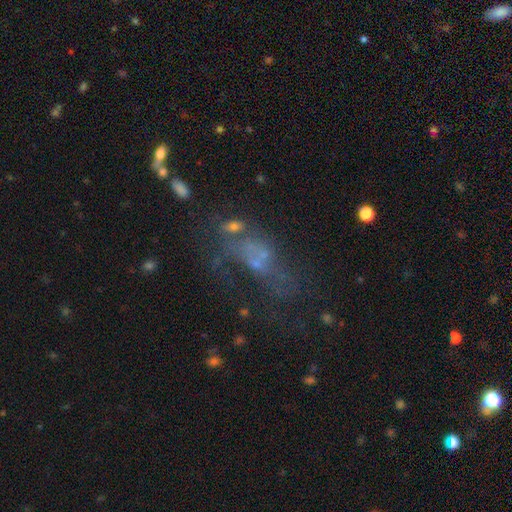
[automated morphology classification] featured or disk 42%, smooth 30%, star or artifact 29%. Down the decision tree: merging — none (35%).